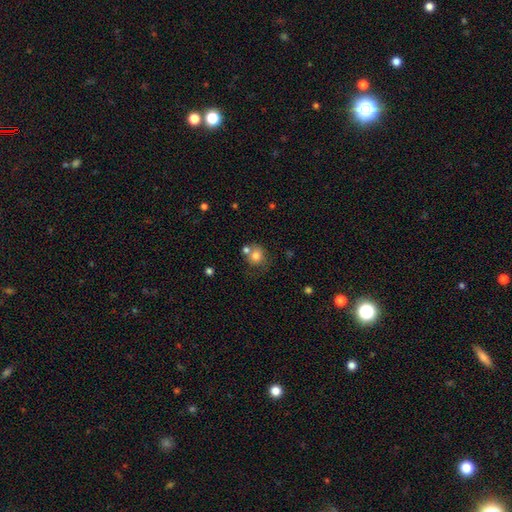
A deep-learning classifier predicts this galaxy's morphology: Smooth or featured: smooth — 75% (featured or disk — 14%)
How rounded: round — 82% (in between — 17%)
Merging: none — 51% (merger — 27%)